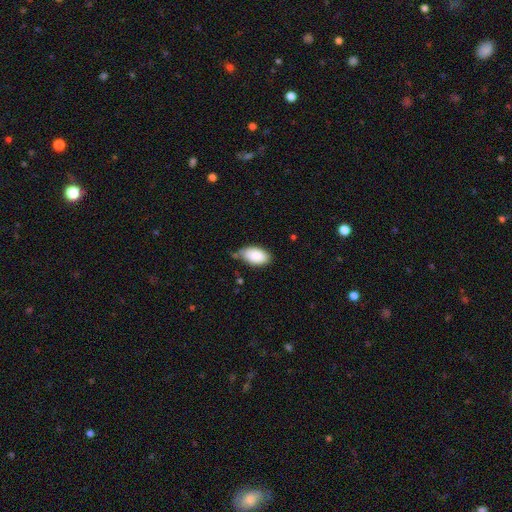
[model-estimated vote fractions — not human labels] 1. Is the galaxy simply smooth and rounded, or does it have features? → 88% smooth, 7% star or artifact, 6% featured or disk.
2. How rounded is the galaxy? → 94% in between, 4% round, 2% cigar-shaped.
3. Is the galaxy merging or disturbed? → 59% none, 31% minor disturbance, 6% major disturbance, 4% merger.